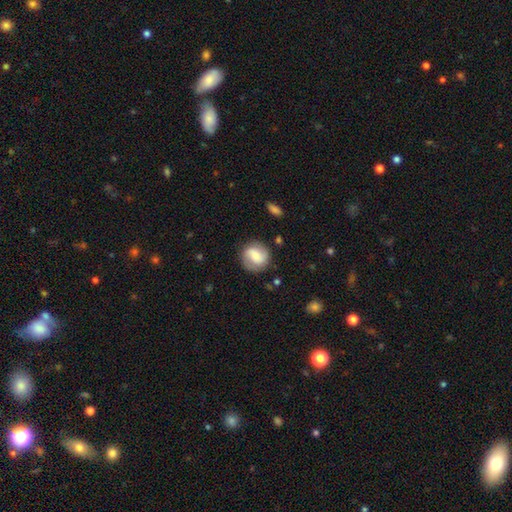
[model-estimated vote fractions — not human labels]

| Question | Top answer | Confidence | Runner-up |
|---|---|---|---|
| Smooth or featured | smooth | 51% | featured or disk (42%) |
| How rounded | round | 86% | in between (13%) |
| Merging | none | 79% | minor disturbance (14%) |